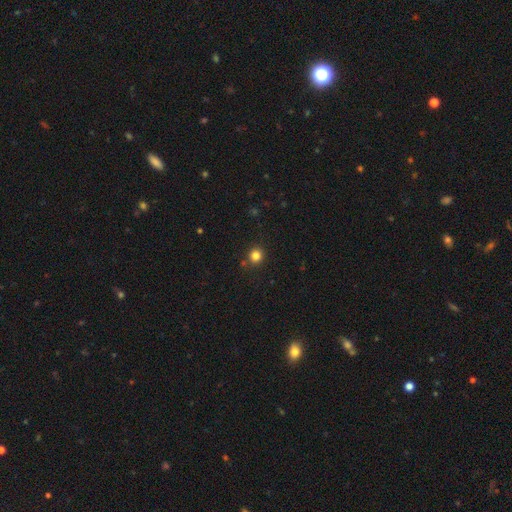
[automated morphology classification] Overall: smooth (82%). How rounded: round (90%). Merging: none (86%).